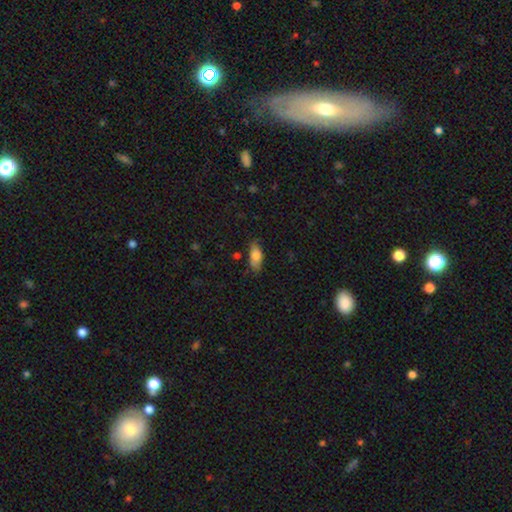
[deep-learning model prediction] smooth 79%, featured or disk 14%, star or artifact 7%. Down the decision tree: how rounded — in between (81%); merging — none (76%).